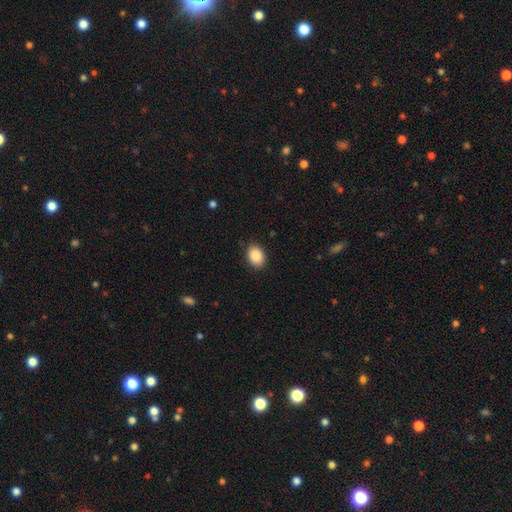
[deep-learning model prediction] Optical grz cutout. It shows a smooth galaxy with no disk features (89%) that is in between round and cigar-shaped (74%). Merging: none (88%).